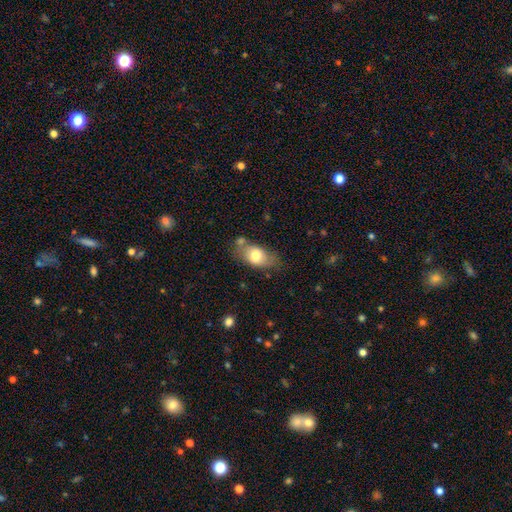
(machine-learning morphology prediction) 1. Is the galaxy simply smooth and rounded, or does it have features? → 75% smooth, 18% featured or disk, 7% star or artifact.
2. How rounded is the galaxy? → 87% in between, 10% round, 3% cigar-shaped.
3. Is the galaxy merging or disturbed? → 59% none, 22% minor disturbance, 11% merger, 7% major disturbance.